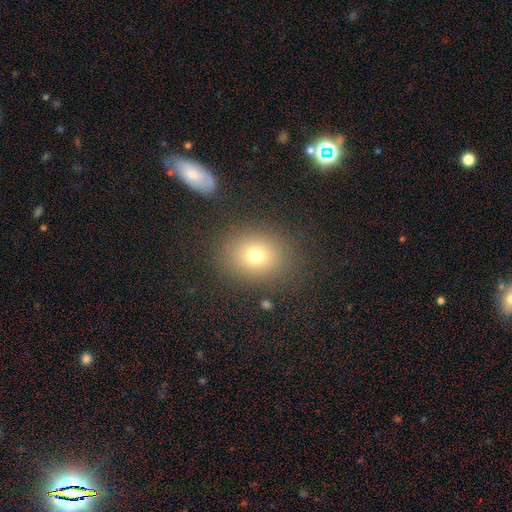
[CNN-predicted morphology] Smooth or featured? smooth (73%)
How rounded? round (58%)
Merging? none (84%)